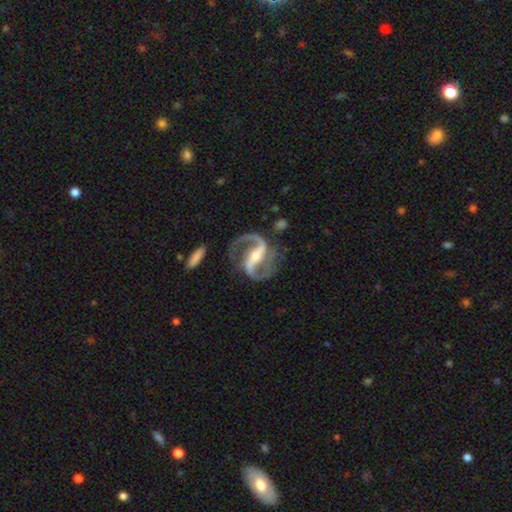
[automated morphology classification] smooth_or_featured: featured or disk (p=0.93) [alt: star or artifact p=0.04]
disk_edge_on: no (p=0.97) [alt: yes p=0.03]
bar: strong (p=0.64) [alt: weak p=0.25]
has_spiral_arms: yes (p=0.98) [alt: no p=0.02]
spiral_winding: medium (p=0.57) [alt: loose p=0.32]
spiral_arm_count: 2 (p=0.94) [alt: 1 p=0.02]
bulge_size: moderate (p=0.49) [alt: small p=0.42]
merging: none (p=0.77) [alt: minor disturbance p=0.13]